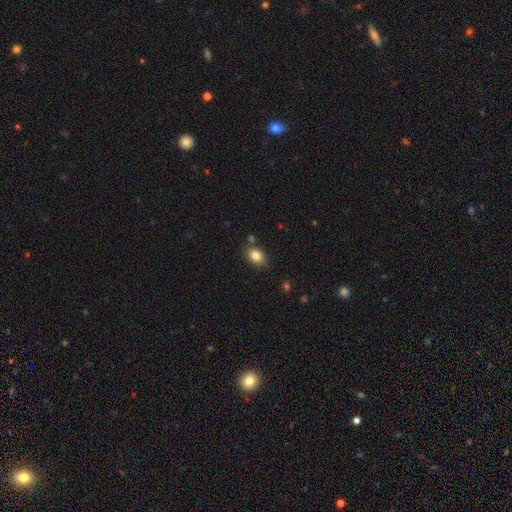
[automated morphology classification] smooth-or-featured: smooth: 84% | star or artifact: 9% | featured or disk: 7%
  how-rounded: in between: 69% | round: 29% | cigar-shaped: 1%
  merging: none: 76% | minor disturbance: 14% | merger: 7% | major disturbance: 3%